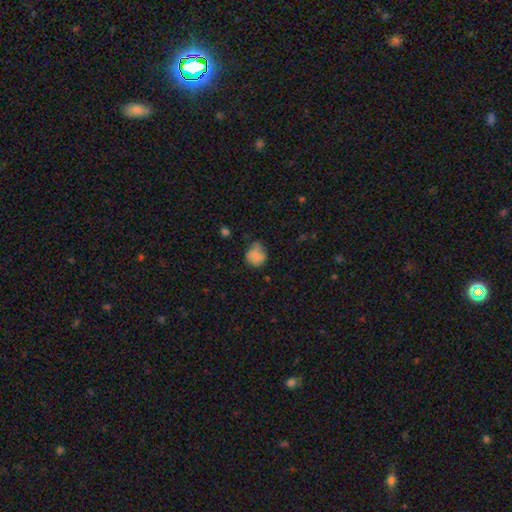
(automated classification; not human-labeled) The model was most divided on "merging": none: 54%, minor disturbance: 32%, major disturbance: 11%, merger: 3%. More confident: how rounded — round (71%); smooth or featured — smooth (66%).